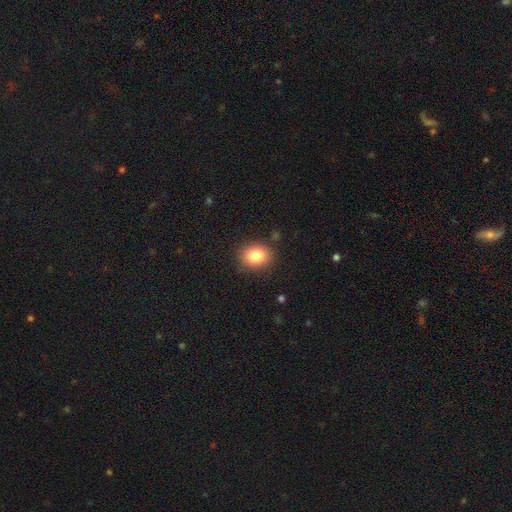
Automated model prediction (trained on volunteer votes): This is clearly a smooth galaxy (83%). How rounded: possibly round (57%). Merging: clearly none (86%).